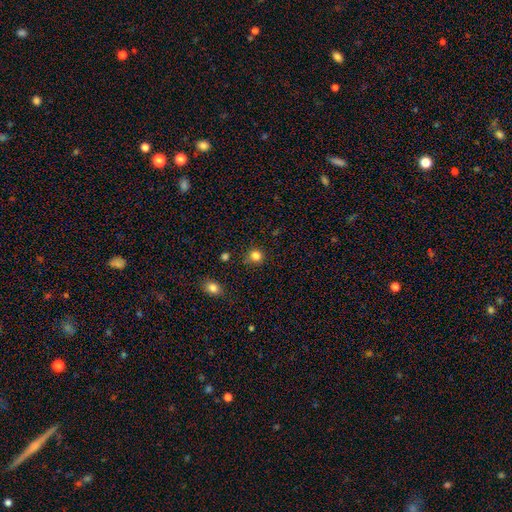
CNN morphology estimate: Overall: smooth (84%). How rounded: round (85%). Merging: none (78%).